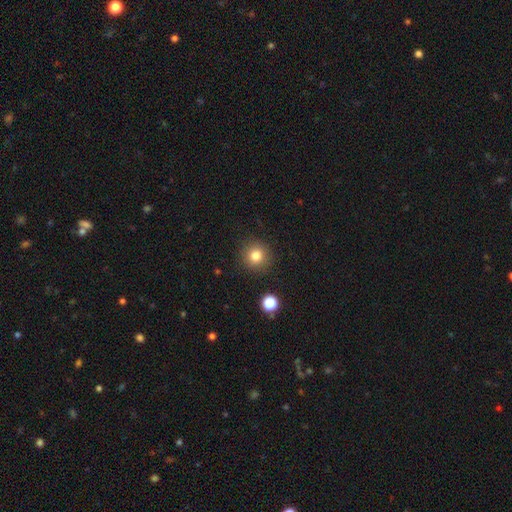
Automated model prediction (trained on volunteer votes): smooth-or-featured: smooth: 81% | star or artifact: 12% | featured or disk: 7%
  how-rounded: round: 93% | in between: 6% | cigar-shaped: 1%
  merging: none: 89% | minor disturbance: 6% | major disturbance: 2% | merger: 2%